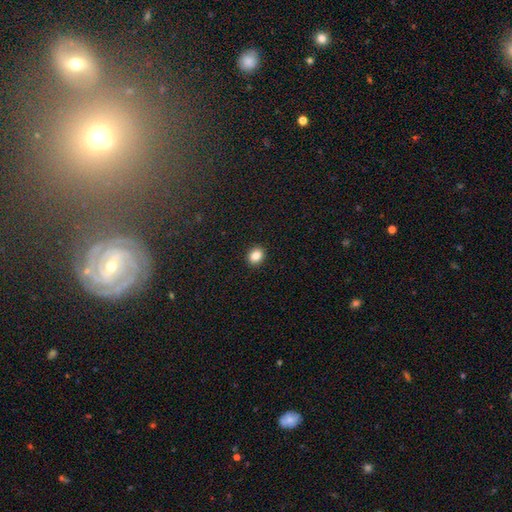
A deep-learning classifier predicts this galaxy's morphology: Smooth or featured?
  - smooth: 86% *
  - star or artifact: 10%
  - featured or disk: 5%
How rounded?
  - round: 58% *
  - in between: 41%
  - cigar-shaped: 1%
Merging?
  - none: 91% *
  - minor disturbance: 6%
  - major disturbance: 2%
  - merger: 1%